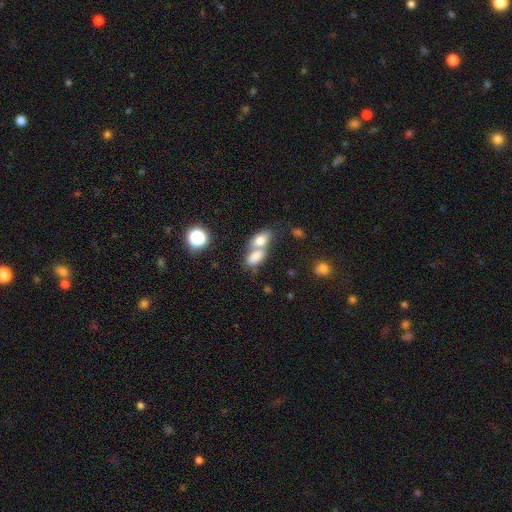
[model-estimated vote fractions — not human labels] Smooth or featured?
  - smooth: 77% *
  - featured or disk: 13%
  - star or artifact: 10%
How rounded?
  - in between: 84% *
  - round: 10%
  - cigar-shaped: 6%
Merging?
  - merger: 63% *
  - none: 25%
  - minor disturbance: 7%
  - major disturbance: 4%